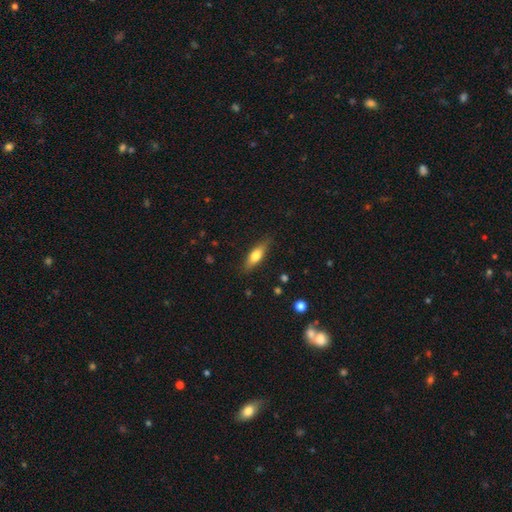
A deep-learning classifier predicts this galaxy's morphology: Smooth or featured? Predicted: smooth (p=0.68). How rounded? Predicted: in between (p=0.53). Merging? Predicted: none (p=0.84).